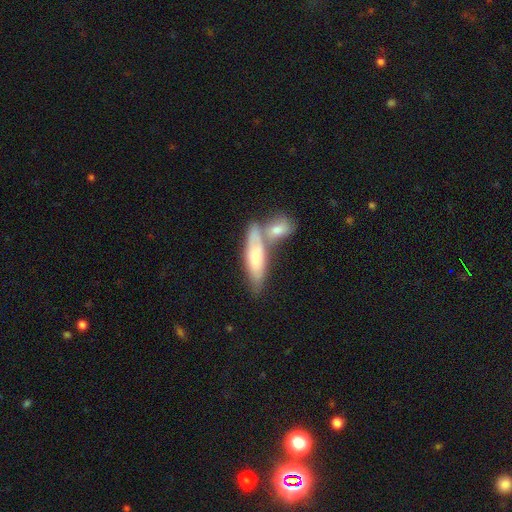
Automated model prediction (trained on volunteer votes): smooth 67%, featured or disk 28%, star or artifact 5%. Down the decision tree: how rounded — cigar-shaped (59%); merging — merger (43%).